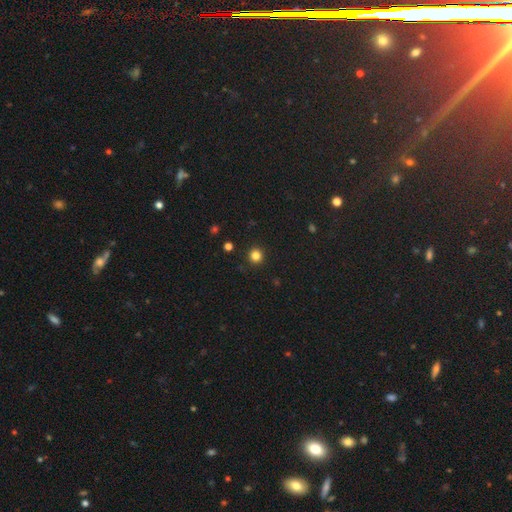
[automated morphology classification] Smooth or featured?
  - smooth: 82% *
  - star or artifact: 14%
  - featured or disk: 4%
How rounded?
  - round: 94% *
  - in between: 5%
  - cigar-shaped: 1%
Merging?
  - none: 92% *
  - minor disturbance: 5%
  - major disturbance: 2%
  - merger: 1%